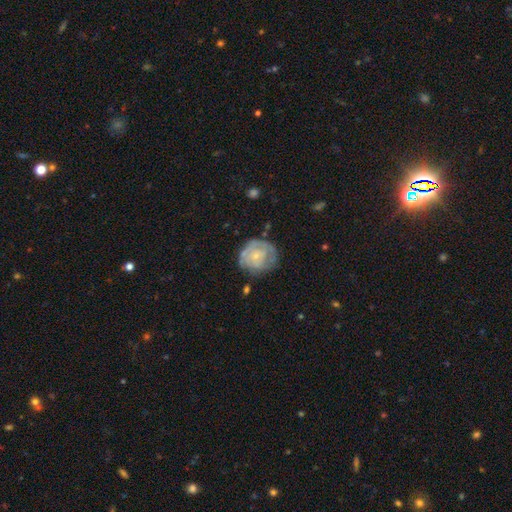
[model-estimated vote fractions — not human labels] smooth_or_featured: featured or disk (p=0.56) [alt: smooth p=0.37]
disk_edge_on: no (p=0.97) [alt: yes p=0.03]
bar: no (p=0.82) [alt: weak p=0.16]
has_spiral_arms: yes (p=0.55) [alt: no p=0.45]
bulge_size: small (p=0.70) [alt: moderate p=0.19]
merging: none (p=0.60) [alt: minor disturbance p=0.24]